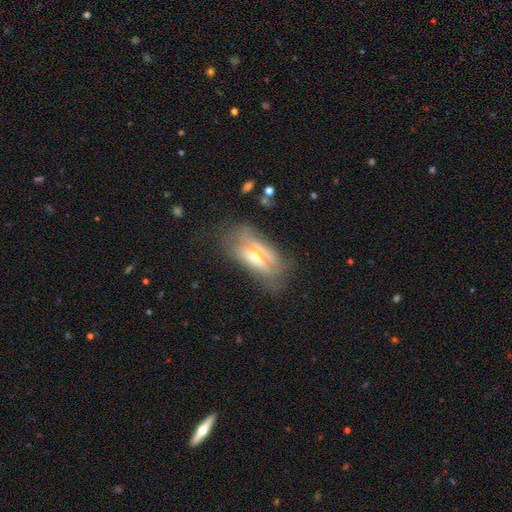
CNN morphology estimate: smooth_or_featured: featured or disk (p=0.59) [alt: smooth p=0.32]
disk_edge_on: yes (p=0.59) [alt: no p=0.41]
merging: none (p=0.58) [alt: minor disturbance p=0.23]